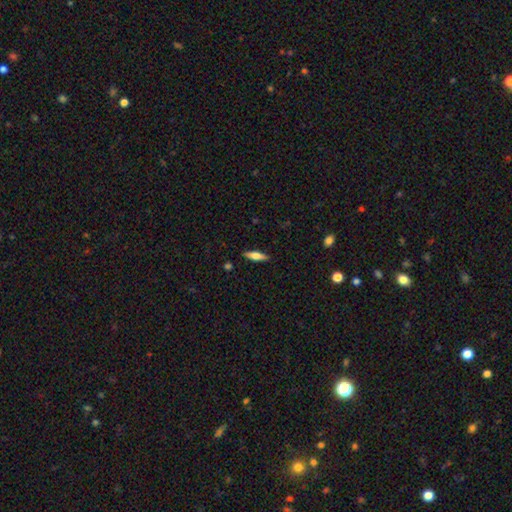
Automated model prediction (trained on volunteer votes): smooth_or_featured: smooth (p=0.58) [alt: featured or disk p=0.36]
how_rounded: cigar-shaped (p=0.61) [alt: in between p=0.36]
merging: none (p=0.89) [alt: minor disturbance p=0.08]